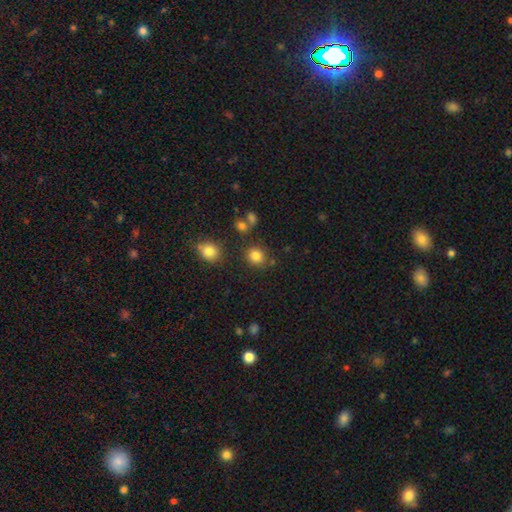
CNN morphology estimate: The model was most divided on "how rounded": round: 79%, in between: 20%, cigar-shaped: 1%. More confident: smooth or featured — smooth (82%); merging — none (77%).